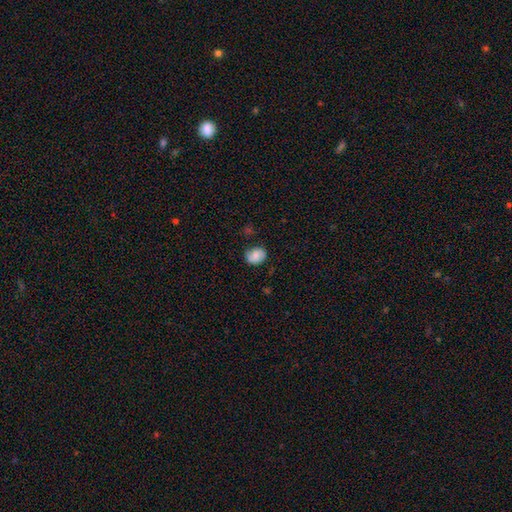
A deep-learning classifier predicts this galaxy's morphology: type=smooth (67%); roundness=round (50%); merging=none (70%).